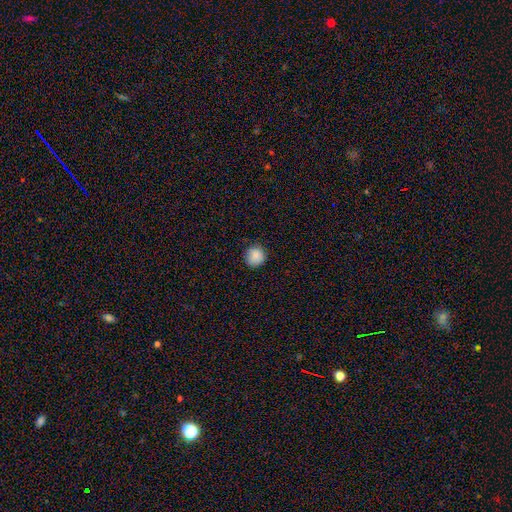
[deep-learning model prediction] Smooth or featured? smooth (87%)
How rounded? round (91%)
Merging? none (84%)